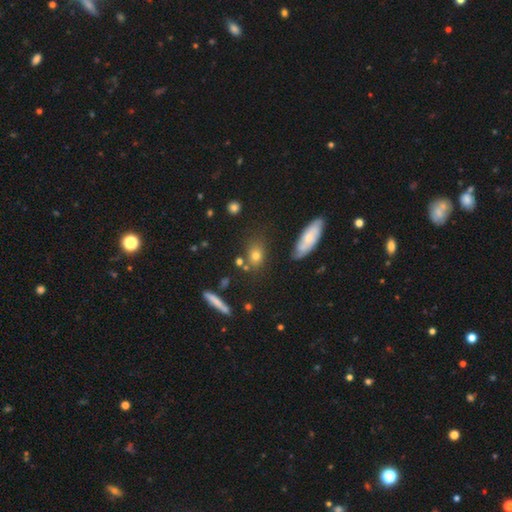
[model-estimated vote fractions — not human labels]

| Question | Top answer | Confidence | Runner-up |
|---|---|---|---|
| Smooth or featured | smooth | 72% | featured or disk (15%) |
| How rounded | in between | 56% | round (37%) |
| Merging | none | 73% | minor disturbance (14%) |